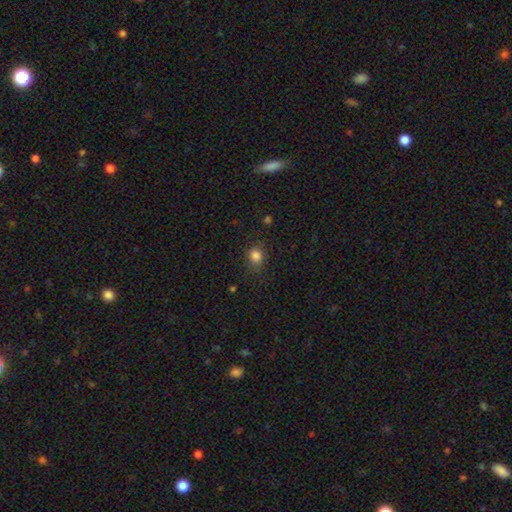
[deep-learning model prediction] Smooth or featured?
  - smooth: 83% *
  - star or artifact: 13%
  - featured or disk: 4%
How rounded?
  - round: 64% *
  - in between: 35%
  - cigar-shaped: 1%
Merging?
  - none: 80% *
  - minor disturbance: 14%
  - major disturbance: 4%
  - merger: 1%